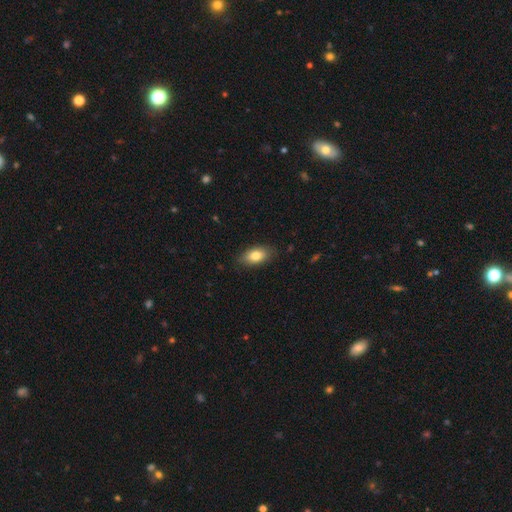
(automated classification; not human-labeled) Morphology: type=smooth (81%); roundness=in between (89%); merging=none (84%).